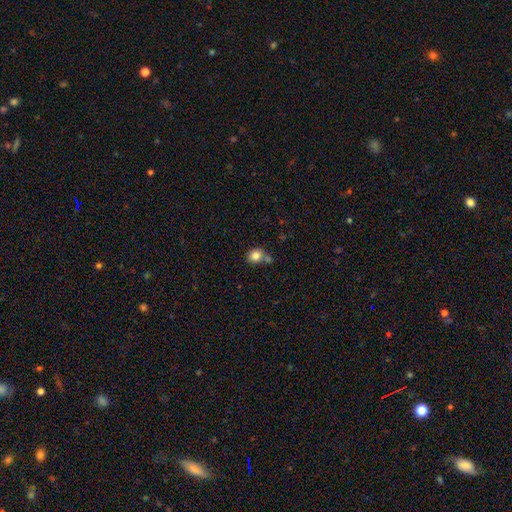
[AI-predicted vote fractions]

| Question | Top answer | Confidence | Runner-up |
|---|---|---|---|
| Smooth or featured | smooth | 82% | star or artifact (10%) |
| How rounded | round | 75% | in between (24%) |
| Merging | none | 57% | merger (26%) |